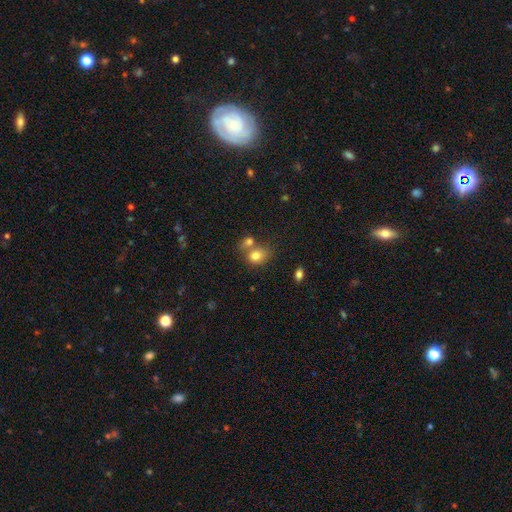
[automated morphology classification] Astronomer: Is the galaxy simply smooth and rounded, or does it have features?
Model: smooth — 79%.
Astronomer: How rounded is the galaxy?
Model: round — 55% (runner-up: in between, 44%).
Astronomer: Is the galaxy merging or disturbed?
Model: merger — 43% (runner-up: none, 41%).